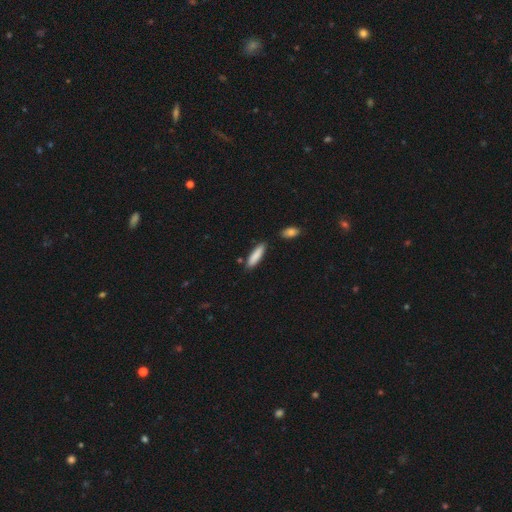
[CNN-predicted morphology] Smooth or featured? smooth (86%)
How rounded? cigar-shaped (71%)
Merging? none (83%)